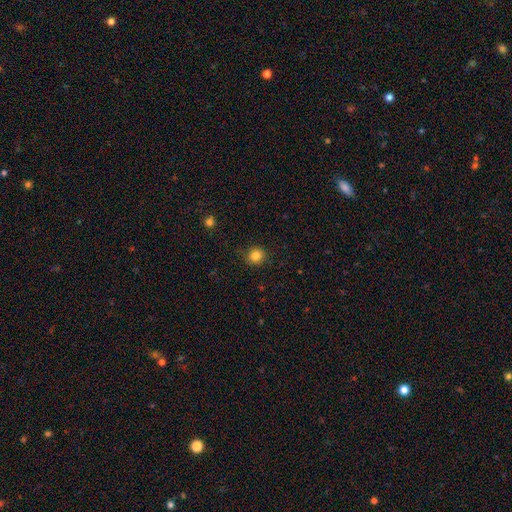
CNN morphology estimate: A smooth galaxy with no disk features (83%) that is round (87%).

Vote fractions:
- Smooth or featured? smooth: 83% / star or artifact: 12% / featured or disk: 5%
- How rounded? round: 87% / in between: 12% / cigar-shaped: 1%
- Merging? none: 87% / minor disturbance: 10% / major disturbance: 3% / merger: 1%